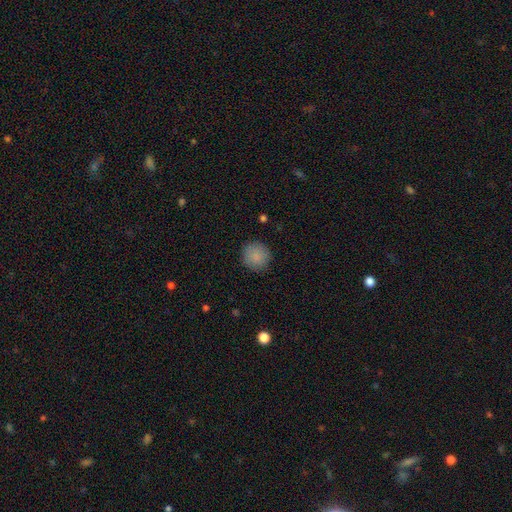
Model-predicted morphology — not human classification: A smooth galaxy with no disk features (87%) that is round (93%). Merging: none (89%).